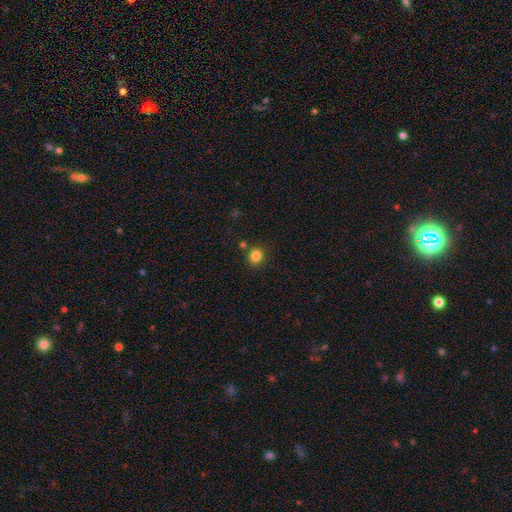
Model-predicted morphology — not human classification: Smooth or featured?
  - smooth: 83% *
  - star or artifact: 12%
  - featured or disk: 4%
How rounded?
  - round: 86% *
  - in between: 14%
  - cigar-shaped: 1%
Merging?
  - none: 83% *
  - minor disturbance: 8%
  - merger: 6%
  - major disturbance: 3%